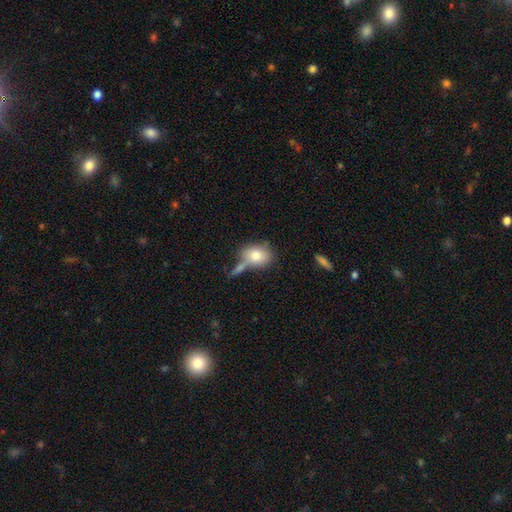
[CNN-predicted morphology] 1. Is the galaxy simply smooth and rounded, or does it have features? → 77% smooth, 15% featured or disk, 8% star or artifact.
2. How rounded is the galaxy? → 65% in between, 33% round, 2% cigar-shaped.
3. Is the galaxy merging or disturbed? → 49% none, 25% merger, 17% minor disturbance, 9% major disturbance.